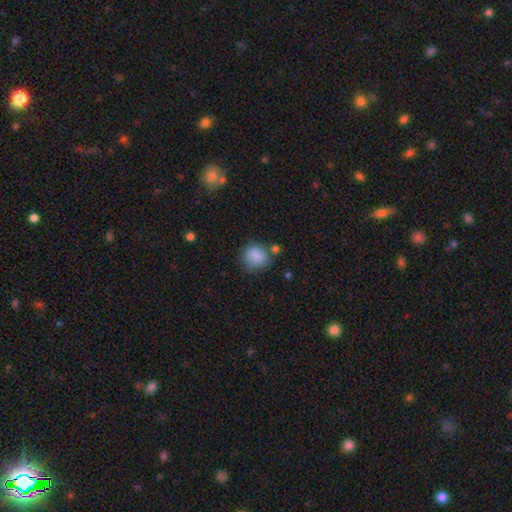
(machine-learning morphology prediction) This appears to be a smooth galaxy with no disk features (84%) that is round (76%). Merging: none (65%).